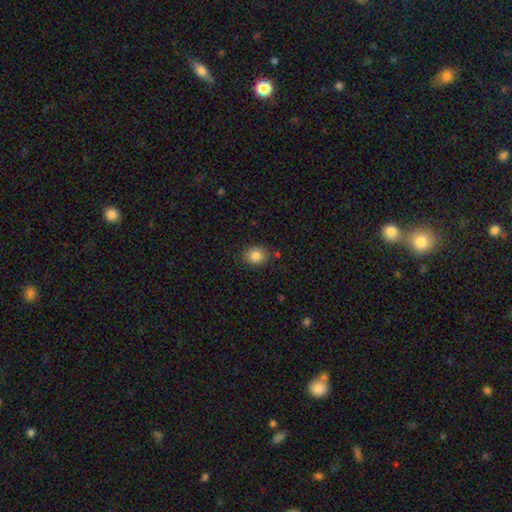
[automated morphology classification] This is clearly a smooth galaxy (85%). How rounded: likely round (67%). Merging: clearly none (83%).